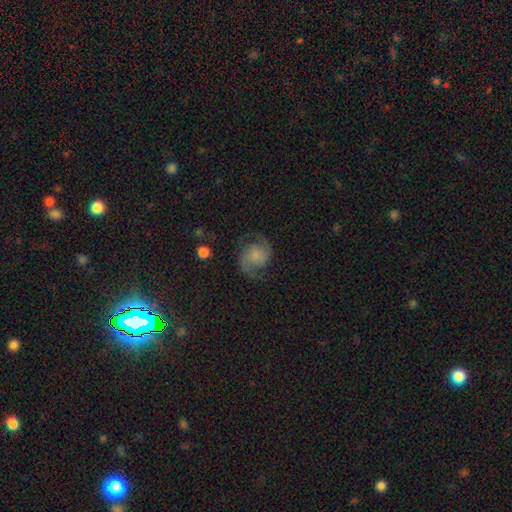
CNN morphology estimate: Smooth or featured? featured or disk (79%)
Edge-on disk? no (98%)
Bar? no (71%)
Spiral arms? yes (97%)
Spiral winding? medium (55%)
Spiral arm count? 2 (93%)
Bulge size? small (34%)
Merging? none (76%)